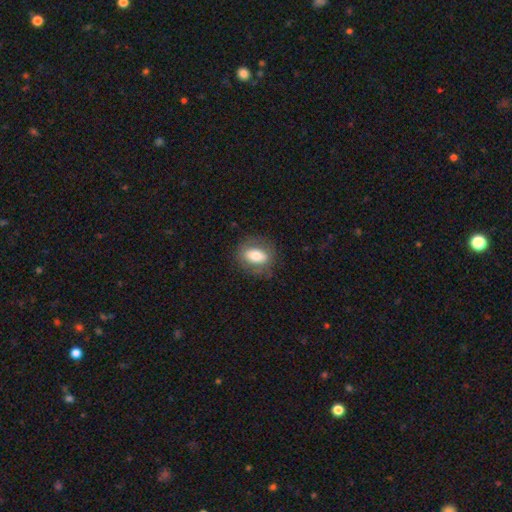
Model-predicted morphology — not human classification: Smooth or featured? Predicted: smooth (p=0.69). How rounded? Predicted: in between (p=0.76). Merging? Predicted: none (p=0.76).